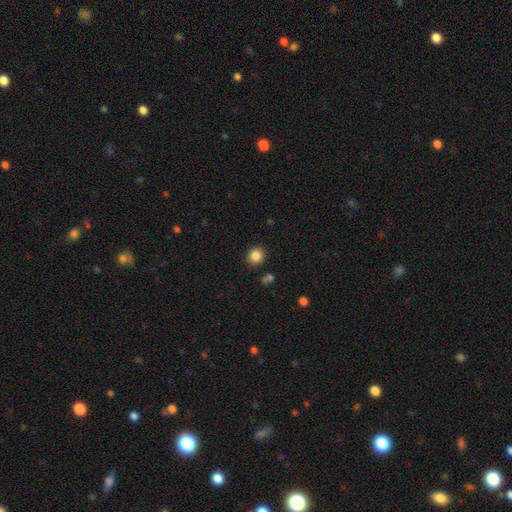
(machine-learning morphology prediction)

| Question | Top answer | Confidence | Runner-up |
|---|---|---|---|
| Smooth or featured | smooth | 85% | star or artifact (10%) |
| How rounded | round | 83% | in between (17%) |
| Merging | none | 88% | minor disturbance (7%) |